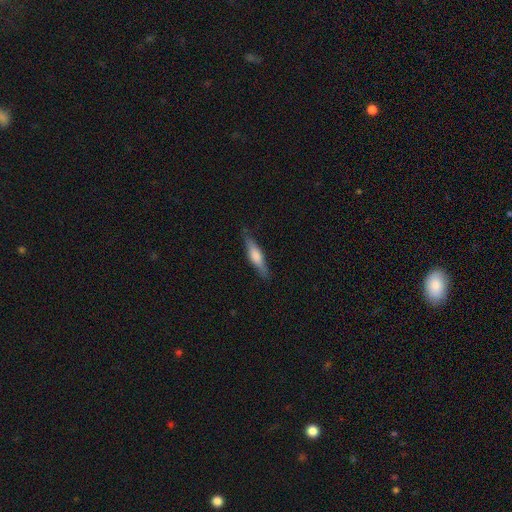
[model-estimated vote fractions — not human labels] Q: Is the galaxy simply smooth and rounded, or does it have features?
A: smooth — 48%.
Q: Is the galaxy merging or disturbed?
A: none — 84%.